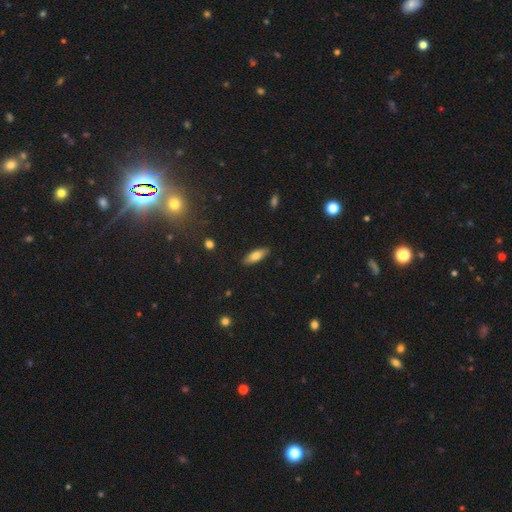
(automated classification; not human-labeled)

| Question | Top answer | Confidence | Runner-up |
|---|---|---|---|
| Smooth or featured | smooth | 77% | featured or disk (16%) |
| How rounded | in between | 63% | cigar-shaped (35%) |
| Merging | none | 88% | minor disturbance (9%) |